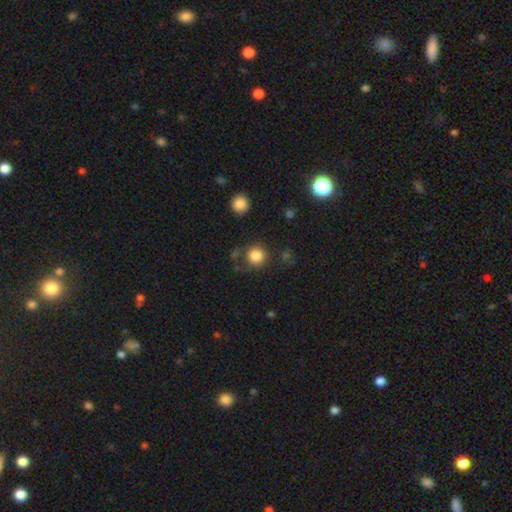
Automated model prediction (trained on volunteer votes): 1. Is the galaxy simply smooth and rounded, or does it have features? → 84% smooth, 11% star or artifact, 5% featured or disk.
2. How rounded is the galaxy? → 94% round, 6% in between, 1% cigar-shaped.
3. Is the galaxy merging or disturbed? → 80% none, 11% minor disturbance, 5% major disturbance, 4% merger.